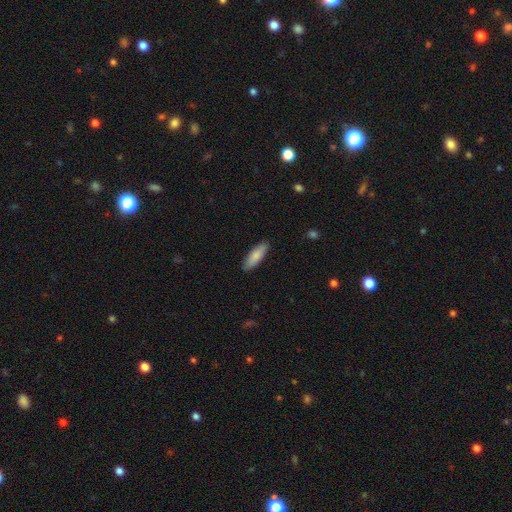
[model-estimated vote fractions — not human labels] This is clearly a smooth galaxy (83%). How rounded: possibly in between (57%). Merging: clearly none (88%).